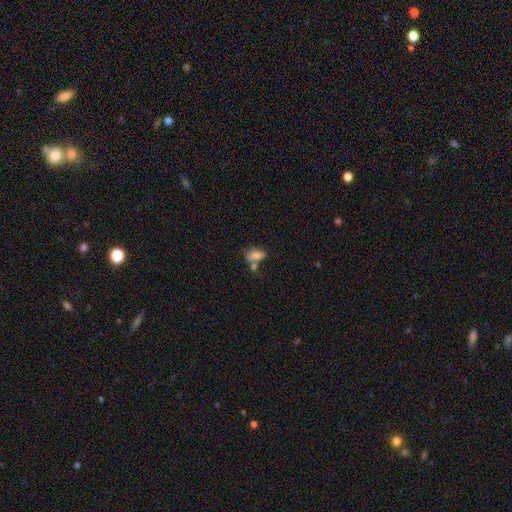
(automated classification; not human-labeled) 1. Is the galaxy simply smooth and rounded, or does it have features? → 76% smooth, 14% featured or disk, 10% star or artifact.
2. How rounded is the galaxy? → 87% in between, 8% round, 5% cigar-shaped.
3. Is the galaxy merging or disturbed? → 40% none, 37% merger, 16% minor disturbance, 7% major disturbance.